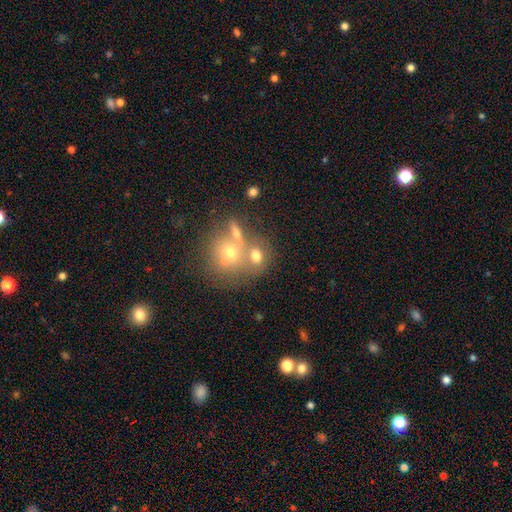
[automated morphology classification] Q: Smooth or featured?
A: smooth (65%); runner-up: featured or disk (20%)
Q: How rounded?
A: round (67%); runner-up: in between (32%)
Q: Merging?
A: merger (46%); runner-up: none (39%)